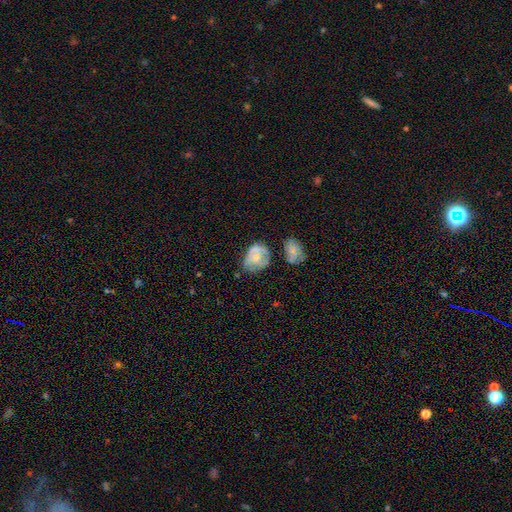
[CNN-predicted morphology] This appears to be a smooth galaxy with no disk features (51%) that is in between round and cigar-shaped (53%). Merging: none (36%).